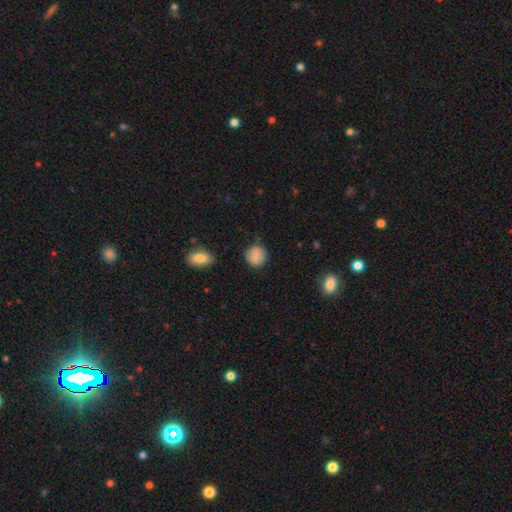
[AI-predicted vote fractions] This is clearly a smooth galaxy (82%). How rounded: clearly round (83%). Merging: clearly none (82%).